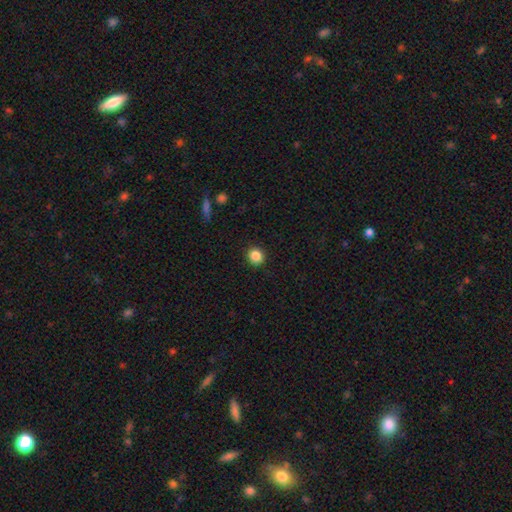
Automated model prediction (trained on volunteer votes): smooth-or-featured: smooth: 86% | star or artifact: 10% | featured or disk: 4%
  how-rounded: round: 87% | in between: 12% | cigar-shaped: 1%
  merging: none: 91% | minor disturbance: 6% | major disturbance: 2% | merger: 1%